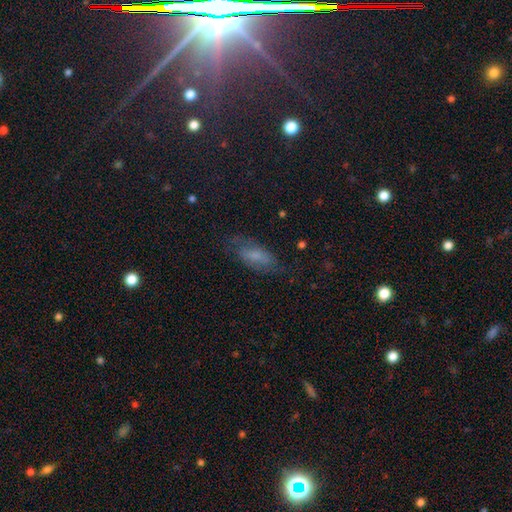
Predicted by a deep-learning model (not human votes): The model was most divided on "smooth or featured": smooth: 57%, featured or disk: 31%, star or artifact: 13%. More confident: how rounded — in between (80%); merging — none (63%).